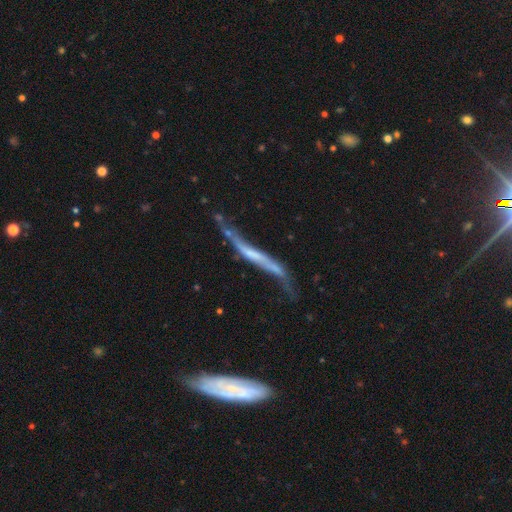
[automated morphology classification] A featured or disk galaxy (74%) viewed edge-on (62%).

Vote fractions:
- Smooth or featured? featured or disk: 74% / smooth: 18% / star or artifact: 8%
- Edge-on disk? yes: 62% / no: 38%
- Merging? none: 41% / minor disturbance: 26% / major disturbance: 23% / merger: 10%